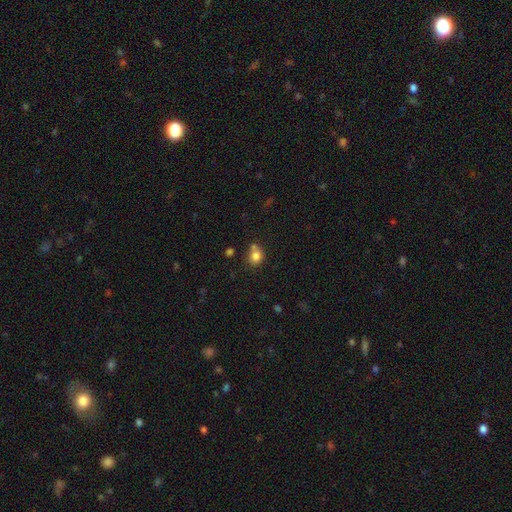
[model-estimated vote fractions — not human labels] Overall: smooth (81%). How rounded: round (72%). Merging: none (55%; merger 26%).